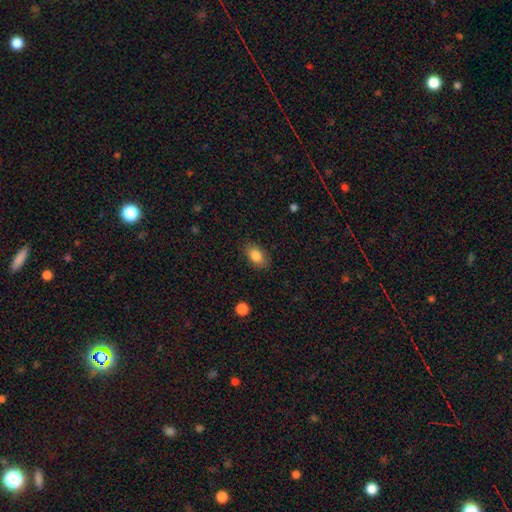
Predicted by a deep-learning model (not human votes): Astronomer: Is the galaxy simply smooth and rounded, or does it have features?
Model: smooth — 85%.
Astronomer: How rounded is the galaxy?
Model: in between — 88%.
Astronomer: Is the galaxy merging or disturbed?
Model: none — 85%.